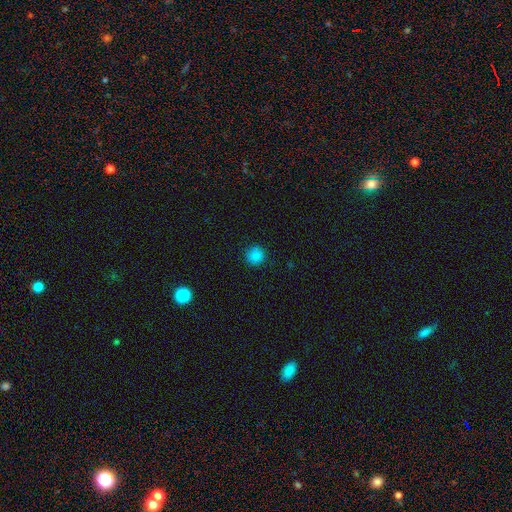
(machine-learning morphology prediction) Smooth or featured? Predicted: smooth (p=0.85). How rounded? Predicted: round (p=0.94). Merging? Predicted: none (p=0.90).